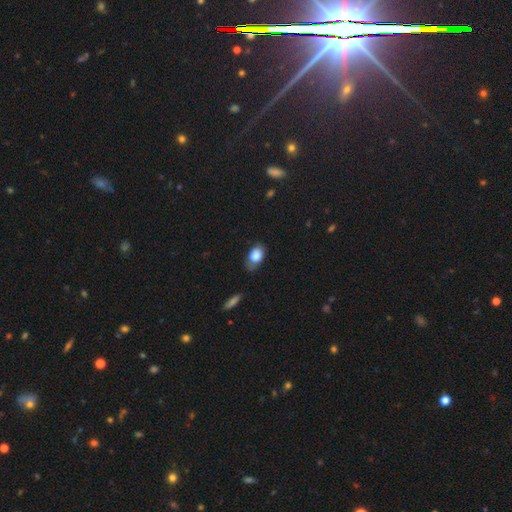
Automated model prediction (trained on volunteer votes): smooth_or_featured: smooth (p=0.80) [alt: featured or disk p=0.12]
how_rounded: in between (p=0.84) [alt: round p=0.14]
merging: none (p=0.60) [alt: minor disturbance p=0.30]